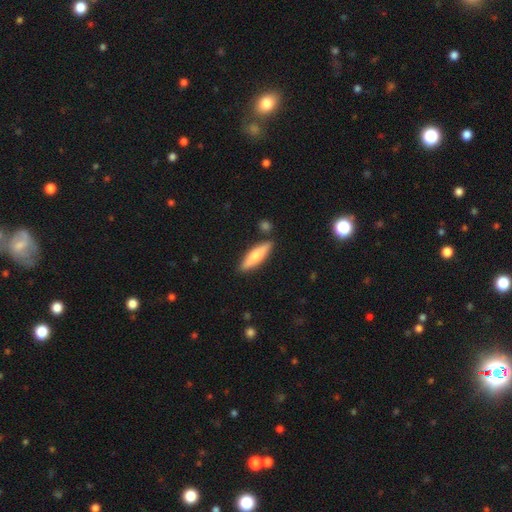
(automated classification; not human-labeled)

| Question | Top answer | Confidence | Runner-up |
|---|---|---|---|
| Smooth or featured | smooth | 62% | featured or disk (33%) |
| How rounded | cigar-shaped | 69% | in between (29%) |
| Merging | none | 86% | minor disturbance (9%) |